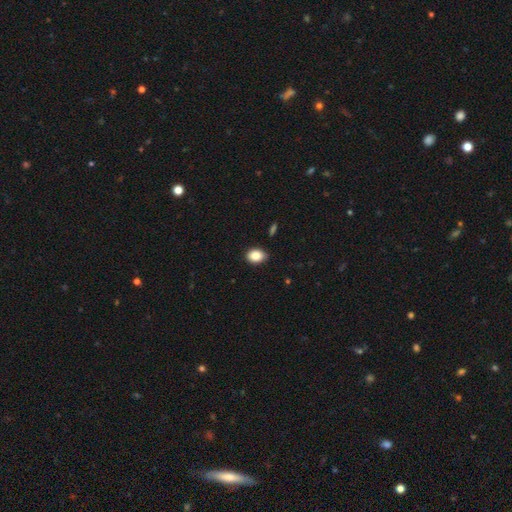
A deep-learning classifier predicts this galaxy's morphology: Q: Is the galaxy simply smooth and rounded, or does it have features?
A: smooth — 86%.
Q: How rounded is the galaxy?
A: in between — 74%.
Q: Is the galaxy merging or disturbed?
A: none — 86%.